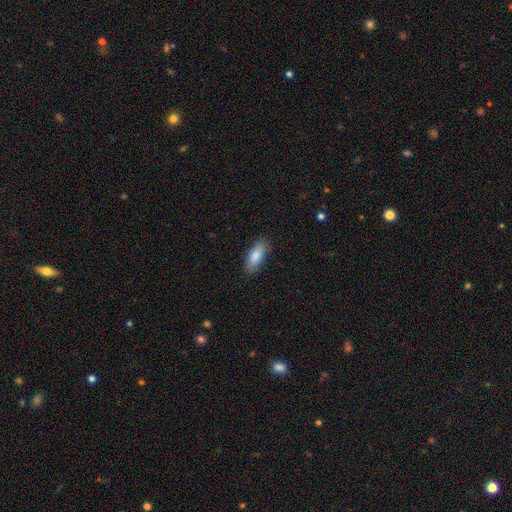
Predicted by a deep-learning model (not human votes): Smooth or featured: smooth — 84% (featured or disk — 10%)
How rounded: in between — 75% (cigar-shaped — 23%)
Merging: none — 86% (minor disturbance — 11%)